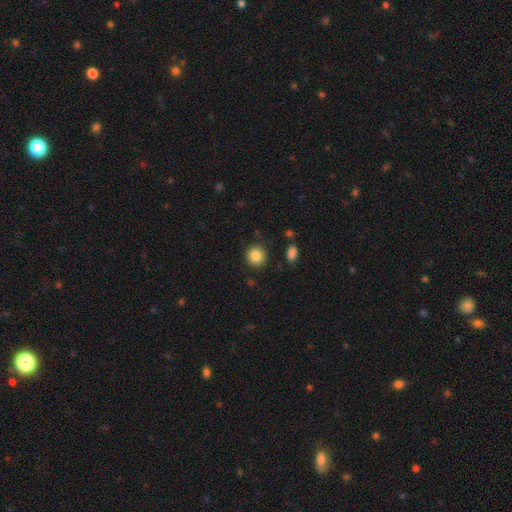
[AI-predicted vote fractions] This is clearly a smooth galaxy (85%). How rounded: clearly round (90%). Merging: clearly none (89%).